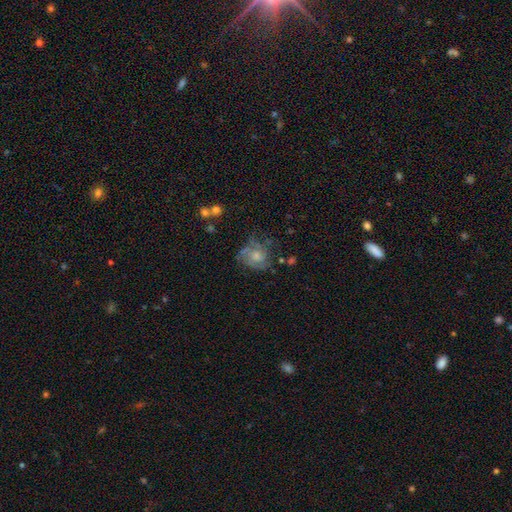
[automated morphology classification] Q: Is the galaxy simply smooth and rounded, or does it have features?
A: featured or disk — 63%.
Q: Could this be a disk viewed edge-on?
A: no — 97%.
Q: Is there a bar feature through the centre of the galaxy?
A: no — 73%.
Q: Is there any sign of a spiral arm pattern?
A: yes — 79%.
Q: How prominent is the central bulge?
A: moderate — 47%.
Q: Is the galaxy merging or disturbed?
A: none — 53%.